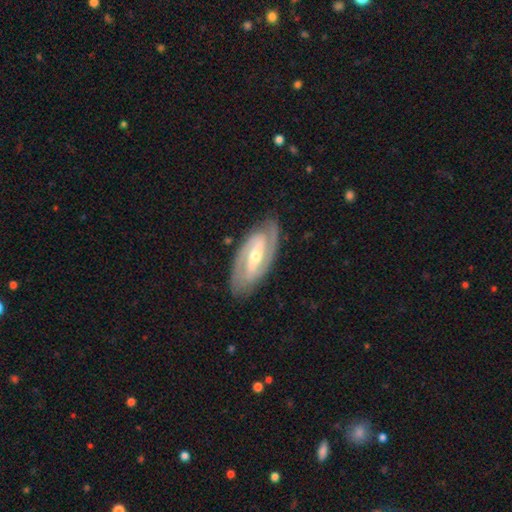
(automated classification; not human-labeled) A featured or disk galaxy (88%) with a strong bar (55%), 2 (90%) tight (46%) spiral arms (95%) and a moderate central bulge (52%).

Vote fractions:
- Smooth or featured? featured or disk: 88% / smooth: 8% / star or artifact: 4%
- Edge-on disk? no: 94% / yes: 6%
- Bar? strong: 55% / weak: 31% / no: 14%
- Spiral arms? yes: 95% / no: 5%
- Spiral winding? tight: 46% / medium: 43% / loose: 11%
- Spiral arm count? 2: 90% / can't tell: 4% / 3: 2% / 1: 2% / 4: 1% / more than 4: 1%
- Bulge size? moderate: 52% / small: 44% / large: 2% / none: 1% / dominant: 1%
- Merging? none: 84% / minor disturbance: 11% / major disturbance: 3% / merger: 1%